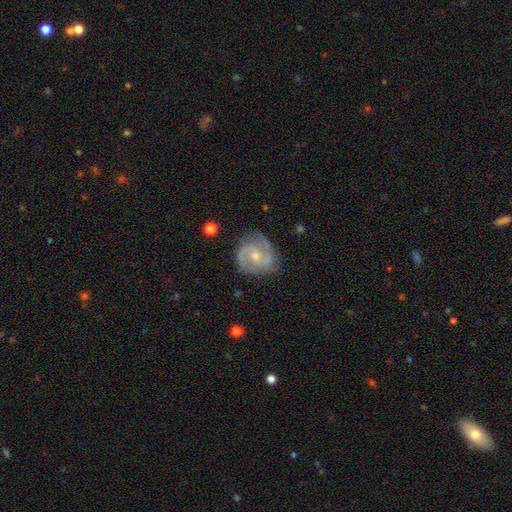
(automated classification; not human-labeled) Smooth or featured?
  - featured or disk: 87% *
  - smooth: 8%
  - star or artifact: 5%
Edge-on disk?
  - no: 98% *
  - yes: 2%
Bar?
  - no: 55% *
  - weak: 38%
  - strong: 8%
Spiral arms?
  - yes: 97% *
  - no: 3%
Spiral winding?
  - medium: 54% *
  - tight: 33%
  - loose: 13%
Spiral arm count?
  - 2: 84% *
  - 3: 6%
  - can't tell: 5%
  - 1: 2%
  - 4: 1%
  - more than 4: 1%
Bulge size?
  - small: 51% *
  - moderate: 45%
  - none: 2%
  - large: 1%
  - dominant: 1%
Merging?
  - none: 76% *
  - minor disturbance: 18%
  - major disturbance: 5%
  - merger: 1%